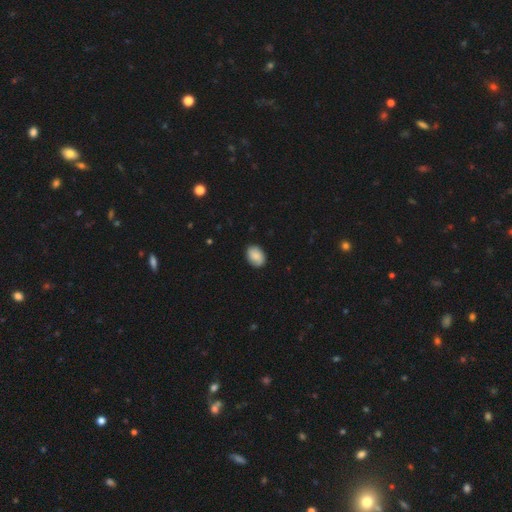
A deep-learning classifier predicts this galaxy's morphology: smooth_or_featured: smooth (p=0.85) [alt: featured or disk p=0.09]
how_rounded: in between (p=0.76) [alt: round p=0.23]
merging: none (p=0.87) [alt: minor disturbance p=0.10]